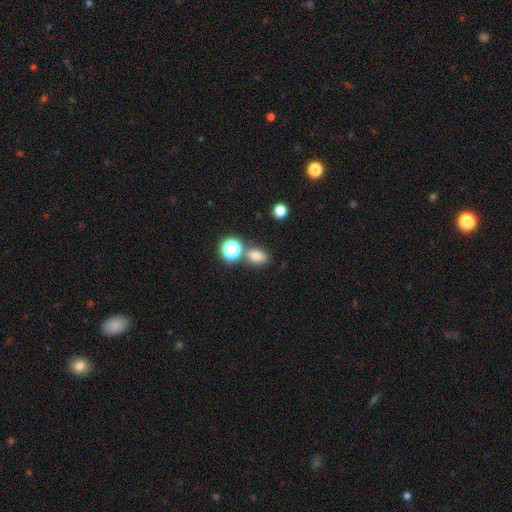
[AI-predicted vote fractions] A smooth galaxy with no disk features (76%) that is in between round and cigar-shaped (67%).

Vote fractions:
- Smooth or featured? smooth: 76% / star or artifact: 18% / featured or disk: 6%
- How rounded? in between: 67% / round: 31% / cigar-shaped: 2%
- Merging? none: 69% / merger: 15% / minor disturbance: 12% / major disturbance: 4%